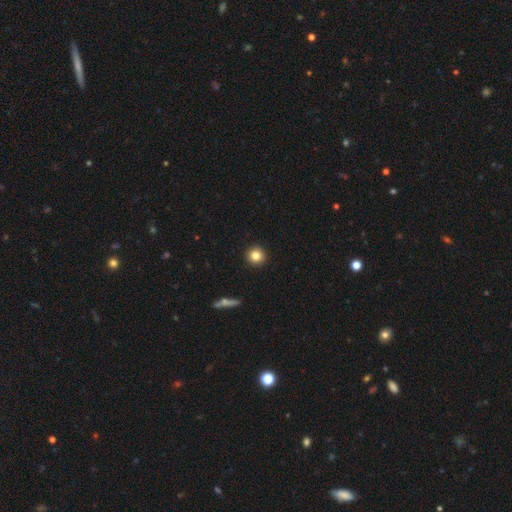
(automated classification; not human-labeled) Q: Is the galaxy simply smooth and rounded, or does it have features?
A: smooth — 83%.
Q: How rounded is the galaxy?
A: round — 95%.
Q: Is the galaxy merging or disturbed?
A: none — 93%.